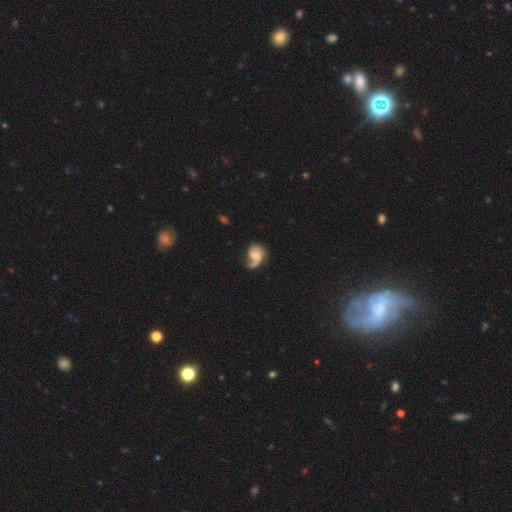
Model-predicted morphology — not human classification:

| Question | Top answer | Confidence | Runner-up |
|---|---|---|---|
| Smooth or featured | featured or disk | 65% | smooth (28%) |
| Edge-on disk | no | 98% | yes (2%) |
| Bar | no | 64% | weak (30%) |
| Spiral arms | yes | 89% | no (11%) |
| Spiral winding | medium | 38% | loose (37%) |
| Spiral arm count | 1 | 53% | 2 (37%) |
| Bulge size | moderate | 41% | tied: small (41%) |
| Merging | none | 42% | minor disturbance (26%) |